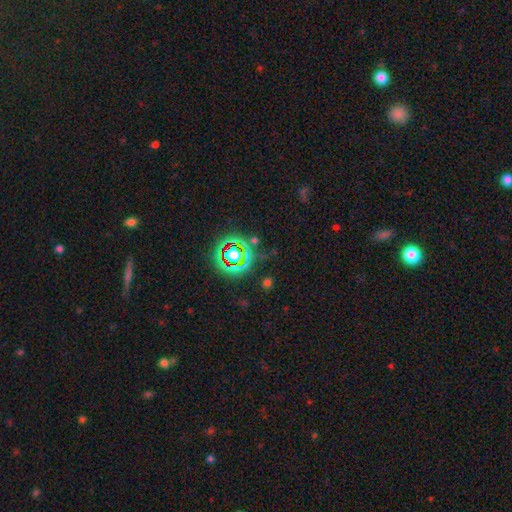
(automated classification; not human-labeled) A star or artifact, not a galaxy (54%).

Vote fractions:
- Smooth or featured? star or artifact: 54% / smooth: 28% / featured or disk: 18%